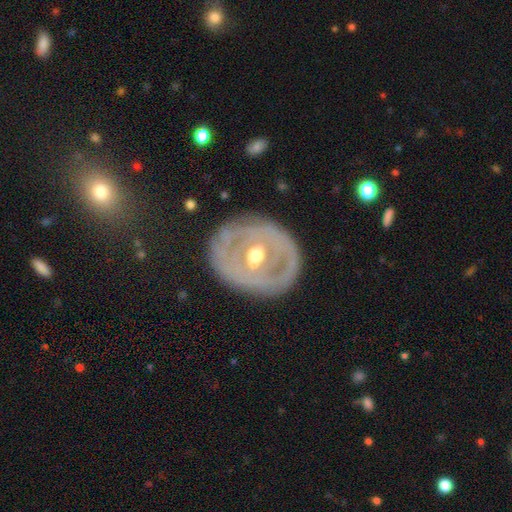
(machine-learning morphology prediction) The model was most divided on "spiral arms": no: 51%, yes: 49%. More confident: edge-on disk — no (95%); smooth or featured — featured or disk (77%); merging — none (76%); bulge size — moderate (73%); bar — no (51%).